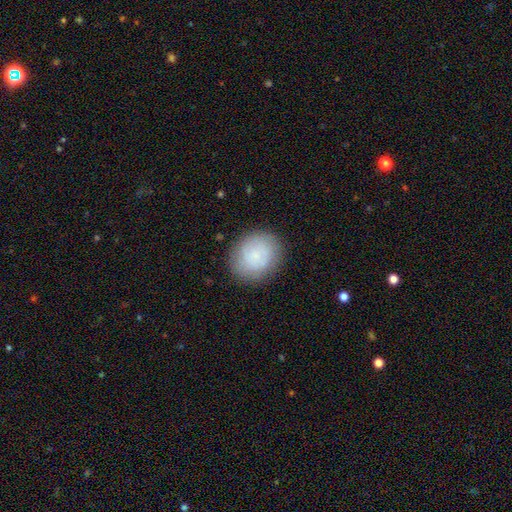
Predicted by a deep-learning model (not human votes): Smooth or featured? Predicted: smooth (p=0.69). How rounded? Predicted: round (p=0.72). Merging? Predicted: none (p=0.83).